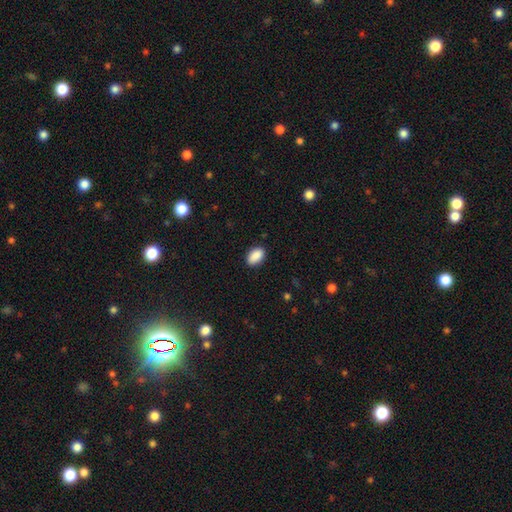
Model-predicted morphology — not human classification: Smooth or featured? Predicted: smooth (p=0.90). How rounded? Predicted: in between (p=0.92). Merging? Predicted: none (p=0.87).